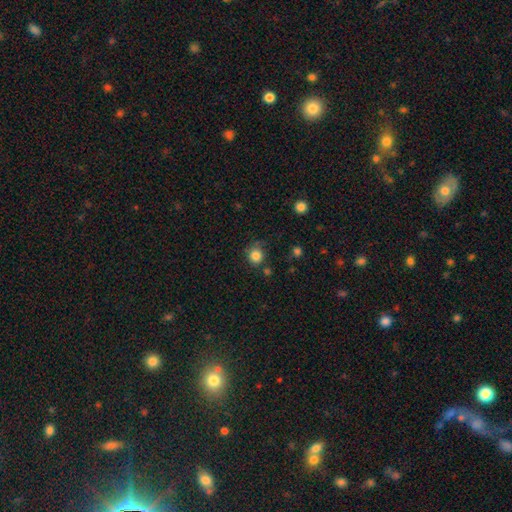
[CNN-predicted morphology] The model was most divided on "merging": none: 73%, minor disturbance: 17%, major disturbance: 5%, merger: 5%. More confident: how rounded — round (89%); smooth or featured — smooth (84%).